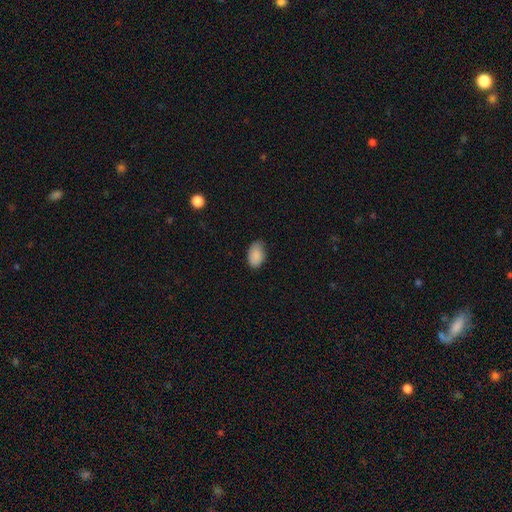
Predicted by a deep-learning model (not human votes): The model was most divided on "merging": none: 70%, minor disturbance: 25%, major disturbance: 4%, merger: 1%. More confident: smooth or featured — smooth (88%); how rounded — in between (88%).